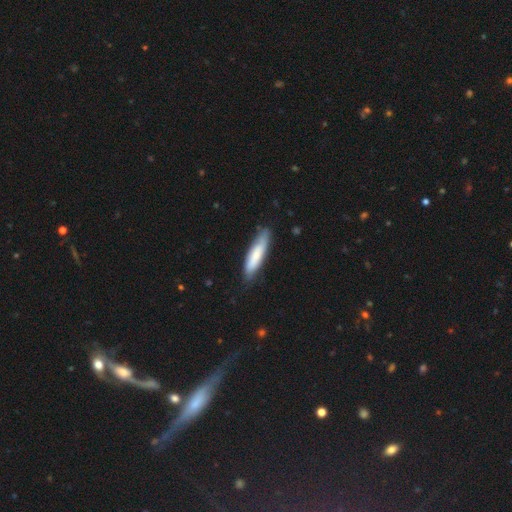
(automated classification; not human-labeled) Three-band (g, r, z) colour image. It shows a smooth galaxy with no disk features (71%) that is cigar-shaped (72%). Merging: none (75%).